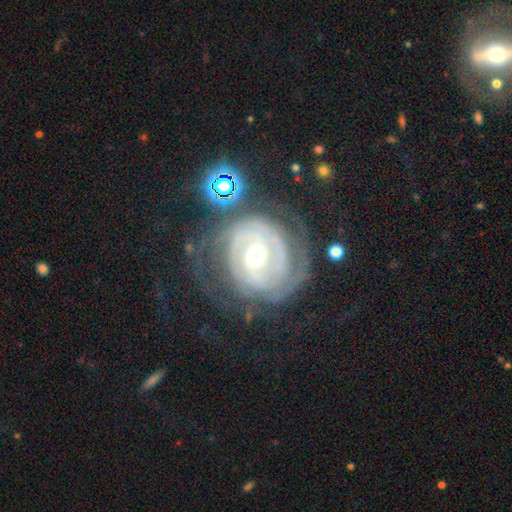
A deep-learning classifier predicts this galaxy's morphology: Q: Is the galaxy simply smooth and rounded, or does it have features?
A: featured or disk — 85%.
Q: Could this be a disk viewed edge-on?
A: no — 97%.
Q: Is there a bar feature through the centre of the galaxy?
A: weak — 42%.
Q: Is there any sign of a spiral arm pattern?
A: yes — 91%.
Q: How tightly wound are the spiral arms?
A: tight — 68%.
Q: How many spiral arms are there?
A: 2 — 36%.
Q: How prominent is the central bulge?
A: moderate — 71%.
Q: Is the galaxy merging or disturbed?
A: none — 63%.